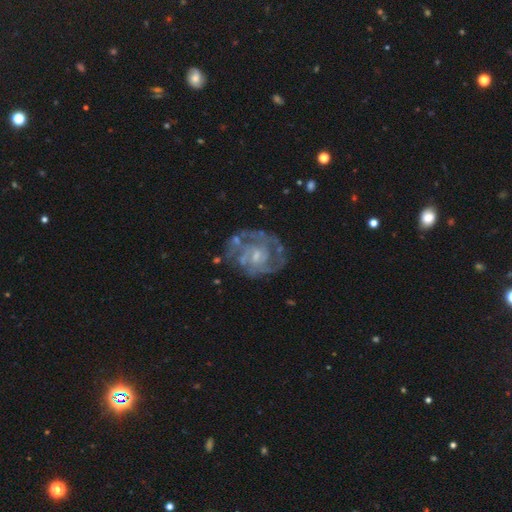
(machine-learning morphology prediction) type=featured or disk (84%); edge-on=no (98%); bar=no (52%); spiral arms=yes (85%); winding=tight (53%); arm count=can't tell (35%); bulge=small (55%); merging=none (62%).